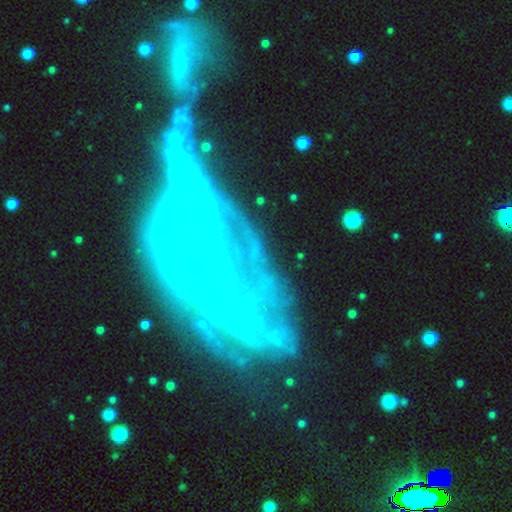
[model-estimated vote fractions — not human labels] featured or disk 72%, star or artifact 17%, smooth 11%. Down the decision tree: edge-on disk — no (92%); bar — no (71%); spiral arms — yes (69%); bulge size — small (44%); merging — none (38%).